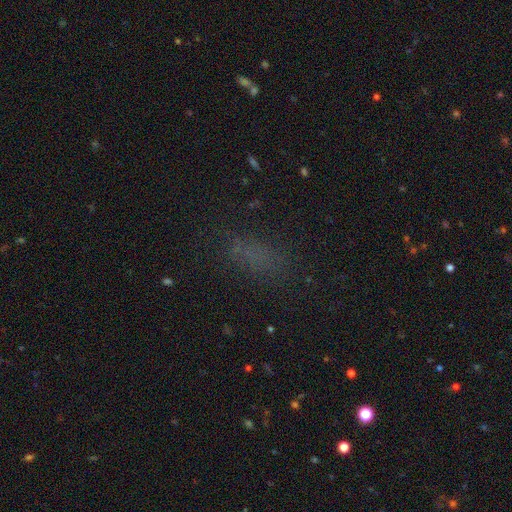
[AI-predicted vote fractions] Smooth or featured?
  - smooth: 62% *
  - star or artifact: 28%
  - featured or disk: 10%
How rounded?
  - in between: 70% *
  - cigar-shaped: 23%
  - round: 7%
Merging?
  - none: 76% *
  - minor disturbance: 14%
  - major disturbance: 8%
  - merger: 2%